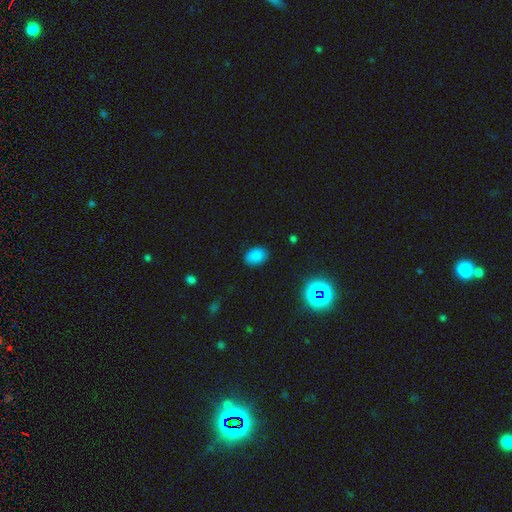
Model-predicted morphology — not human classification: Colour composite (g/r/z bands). It shows a smooth galaxy with no disk features (82%) that is in between round and cigar-shaped (79%). Merging: none (86%).